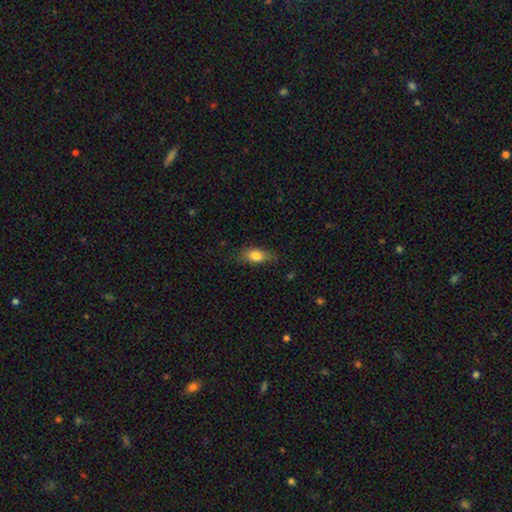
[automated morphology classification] A smooth galaxy with no disk features (81%) that is in between round and cigar-shaped (81%). Merging: none (70%).